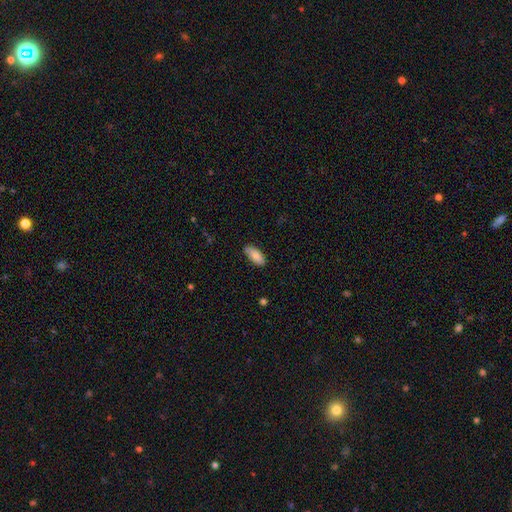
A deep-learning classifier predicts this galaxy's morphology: A smooth galaxy with no disk features (83%) that is in between round and cigar-shaped (89%). Merging: none (81%).